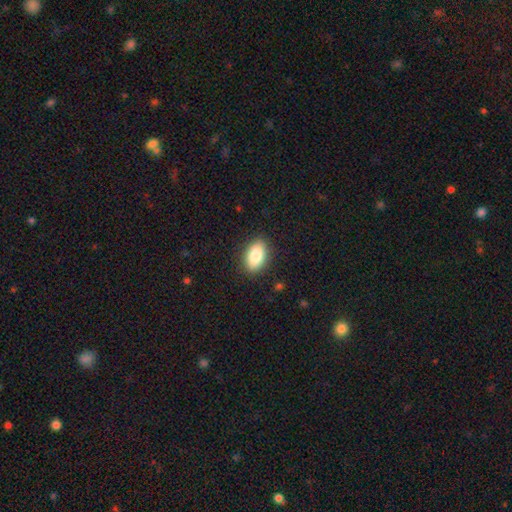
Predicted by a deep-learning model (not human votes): smooth-or-featured: smooth: 86% | featured or disk: 7% | star or artifact: 7%
  how-rounded: in between: 92% | round: 6% | cigar-shaped: 3%
  merging: none: 87% | minor disturbance: 9% | major disturbance: 2% | merger: 1%